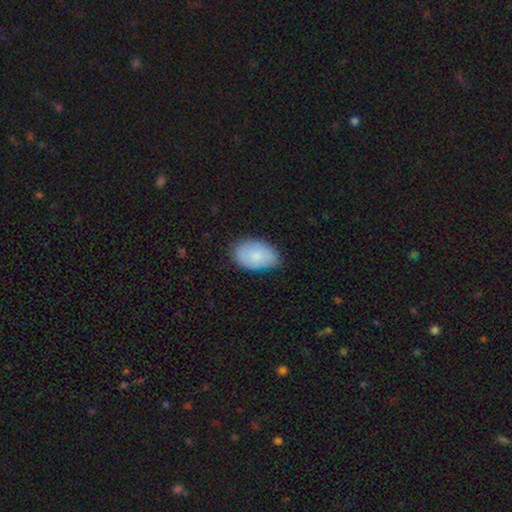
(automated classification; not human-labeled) Overall: smooth (81%). How rounded: in between (91%). Merging: none (71%).